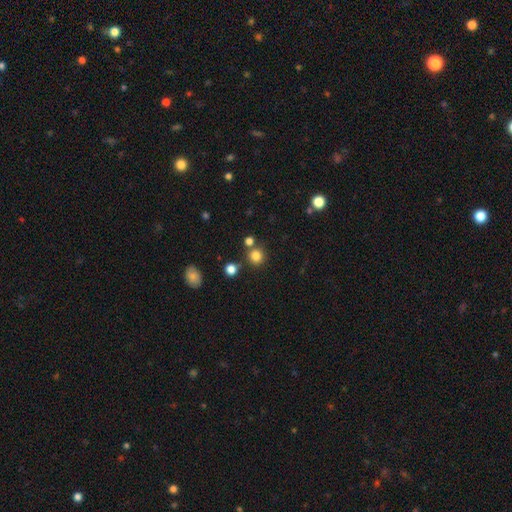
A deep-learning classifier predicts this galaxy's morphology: type=smooth (81%); roundness=round (91%); merging=none (76%).